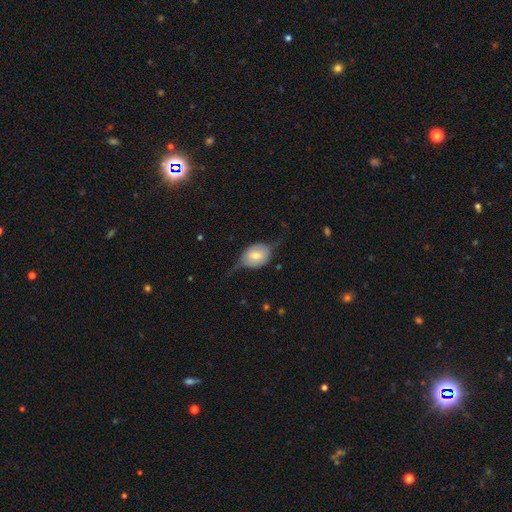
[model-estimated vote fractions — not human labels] Smooth or featured?
  - smooth: 48% *
  - featured or disk: 44%
  - star or artifact: 8%
Merging?
  - none: 45% *
  - minor disturbance: 31%
  - major disturbance: 22%
  - merger: 2%